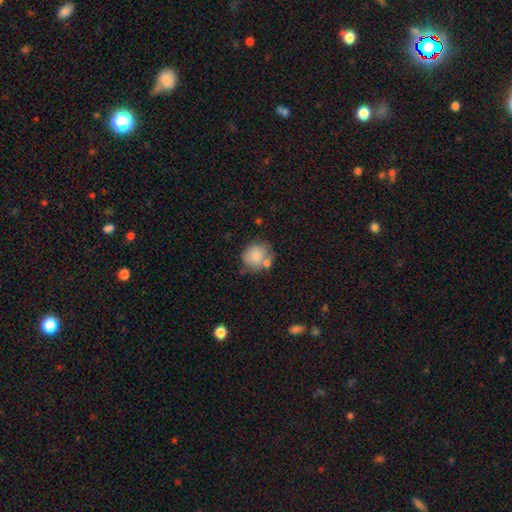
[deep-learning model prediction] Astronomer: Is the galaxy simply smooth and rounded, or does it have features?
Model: smooth — 79%.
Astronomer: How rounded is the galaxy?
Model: round — 82%.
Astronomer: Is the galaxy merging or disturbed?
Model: none — 57%.